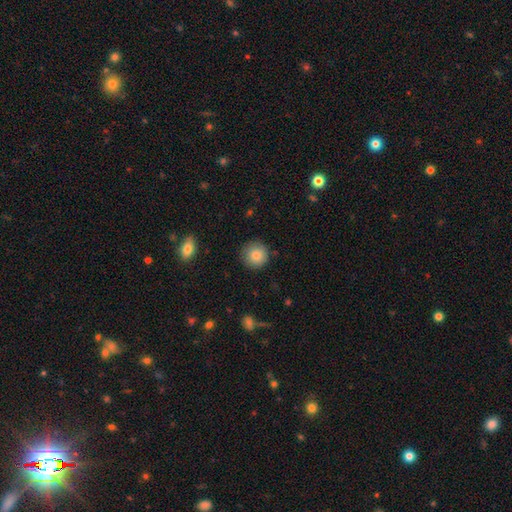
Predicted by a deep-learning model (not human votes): smooth-or-featured: smooth: 85% | star or artifact: 8% | featured or disk: 7%
  how-rounded: round: 94% | in between: 5% | cigar-shaped: 1%
  merging: none: 87% | minor disturbance: 9% | major disturbance: 2% | merger: 1%